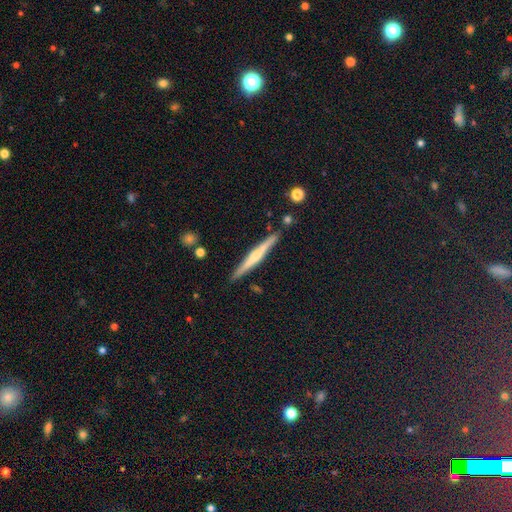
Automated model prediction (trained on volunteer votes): This is possibly a featured or disk galaxy (59%). It is clearly viewed edge-on (98%). Edge-on bulge: marginally rounded (42%). Merging: clearly none (88%).